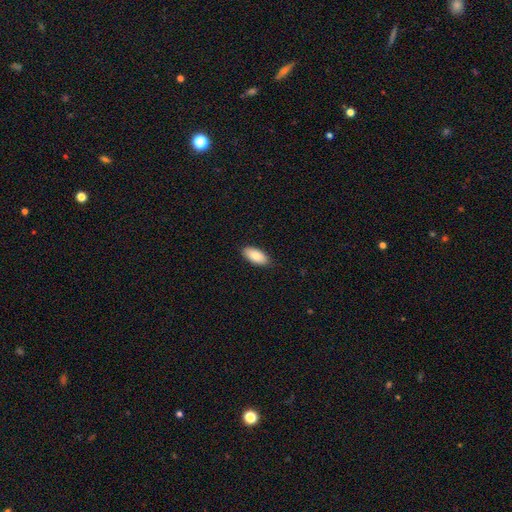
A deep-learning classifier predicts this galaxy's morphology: The model was most divided on "smooth or featured": smooth: 82%, featured or disk: 12%, star or artifact: 6%. More confident: how rounded — in between (92%); merging — none (88%).